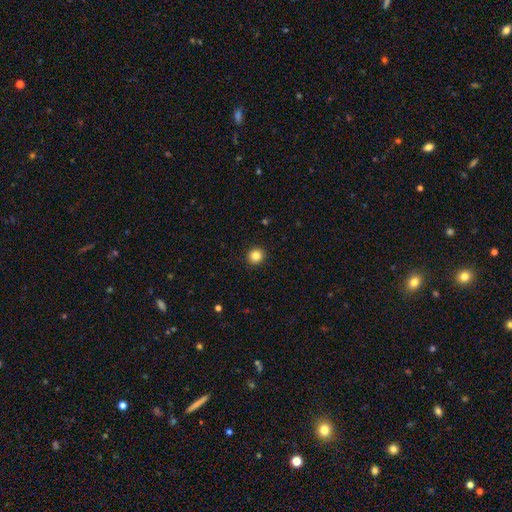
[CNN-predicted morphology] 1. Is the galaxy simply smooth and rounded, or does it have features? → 85% smooth, 11% star or artifact, 4% featured or disk.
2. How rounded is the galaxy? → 93% round, 7% in between, 1% cigar-shaped.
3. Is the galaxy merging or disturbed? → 93% none, 5% minor disturbance, 2% major disturbance, 1% merger.